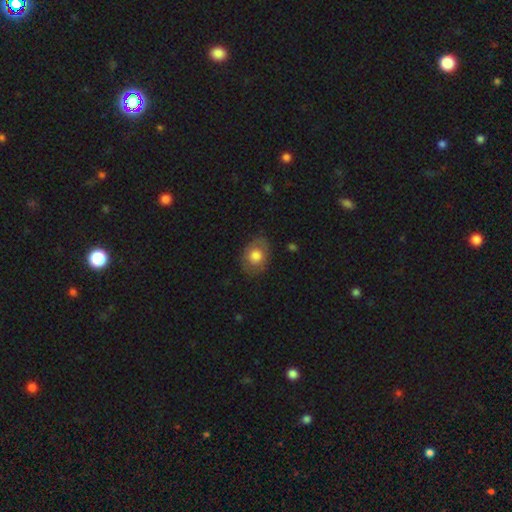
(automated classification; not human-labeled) Morphology: type=smooth (73%); roundness=in between (60%); merging=none (79%).